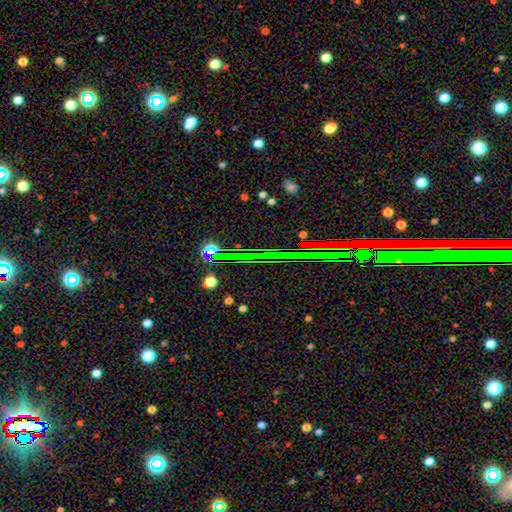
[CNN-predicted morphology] Smooth or featured?
  - star or artifact: 78% *
  - featured or disk: 11%
  - smooth: 11%